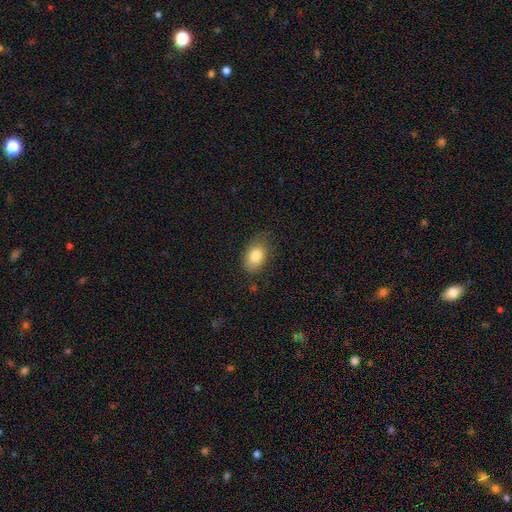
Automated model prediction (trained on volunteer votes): Smooth or featured?
  - smooth: 81% *
  - featured or disk: 11%
  - star or artifact: 8%
How rounded?
  - in between: 85% *
  - round: 14%
  - cigar-shaped: 1%
Merging?
  - none: 72% *
  - minor disturbance: 22%
  - major disturbance: 5%
  - merger: 1%